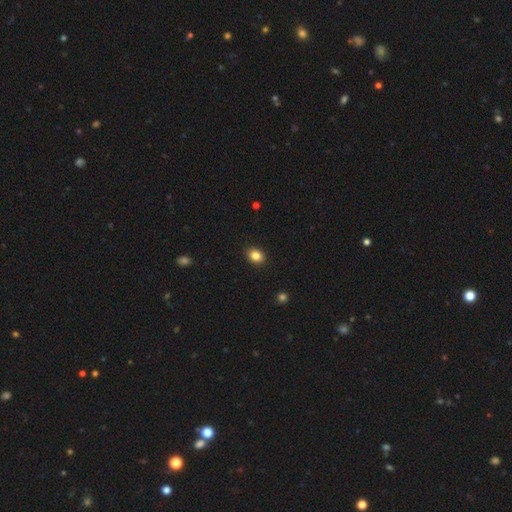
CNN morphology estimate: Overall: smooth (85%). How rounded: in between (58%; round 42%). Merging: none (90%).